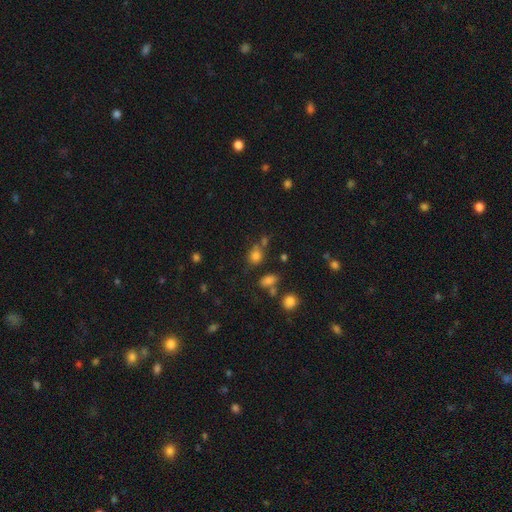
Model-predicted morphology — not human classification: Smooth or featured? smooth (77%)
How rounded? round (51%)
Merging? none (58%)